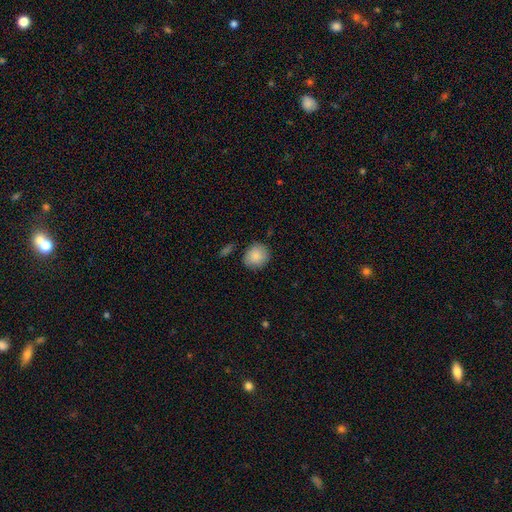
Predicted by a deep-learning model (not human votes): Overall: smooth (86%). How rounded: round (80%). Merging: none (82%).